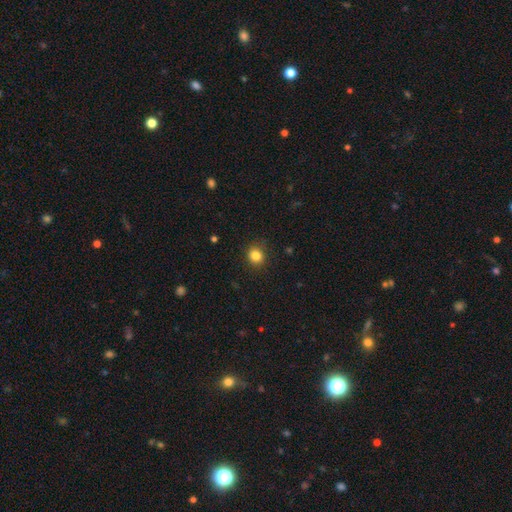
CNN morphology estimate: Overall: smooth (83%). How rounded: round (82%). Merging: none (87%).